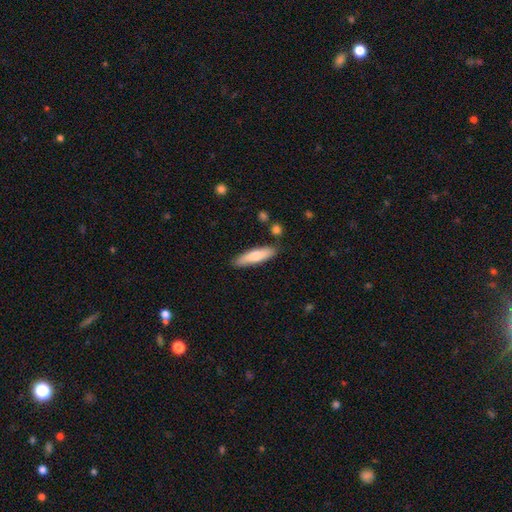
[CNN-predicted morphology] A smooth galaxy with no disk features (71%) that is cigar-shaped (70%). Merging: none (86%).